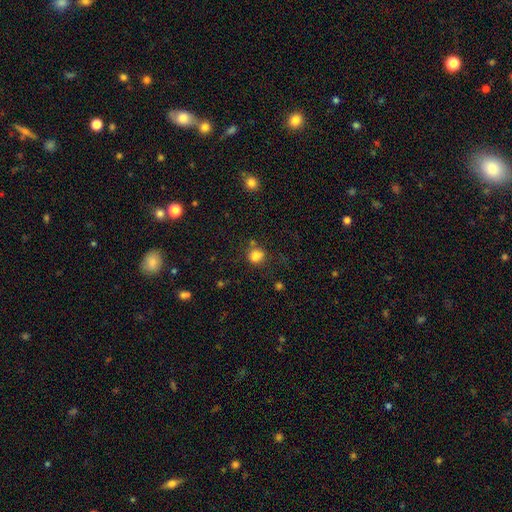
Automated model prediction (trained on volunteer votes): Overall: smooth (81%). How rounded: round (70%). Merging: none (61%).